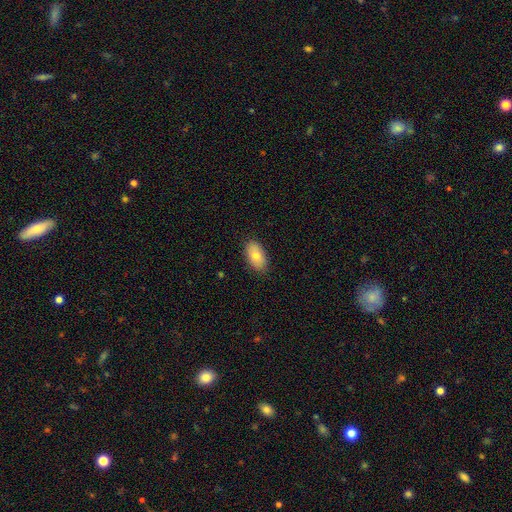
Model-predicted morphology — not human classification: Smooth or featured?
  - smooth: 77% *
  - featured or disk: 16%
  - star or artifact: 7%
How rounded?
  - in between: 93% *
  - round: 5%
  - cigar-shaped: 2%
Merging?
  - none: 87% *
  - minor disturbance: 10%
  - major disturbance: 2%
  - merger: 1%